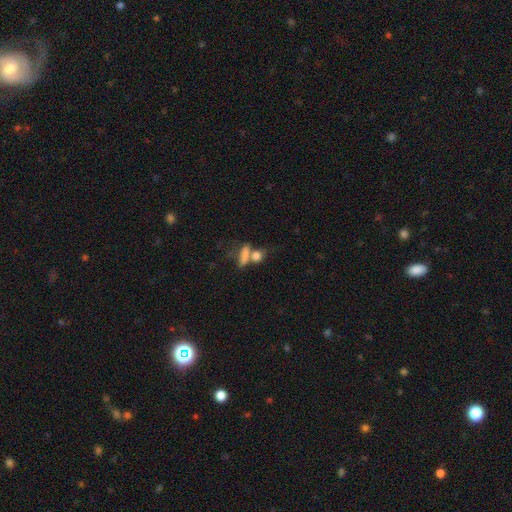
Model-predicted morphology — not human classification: Smooth or featured?
  - smooth: 74% *
  - featured or disk: 14%
  - star or artifact: 11%
How rounded?
  - in between: 49% *
  - round: 30%
  - cigar-shaped: 21%
Merging?
  - merger: 48% *
  - none: 33%
  - minor disturbance: 10%
  - major disturbance: 9%